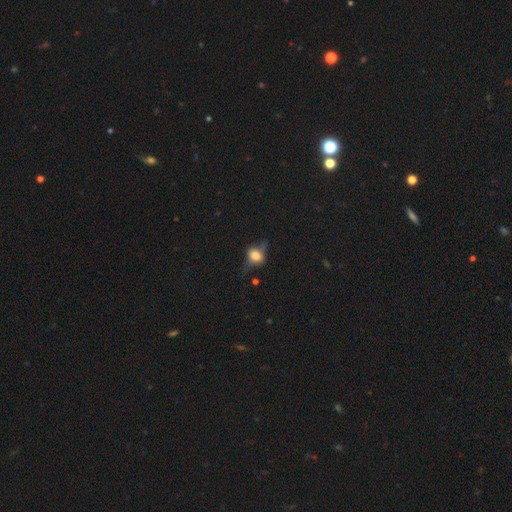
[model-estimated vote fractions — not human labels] The model was most divided on "how rounded": round: 52%, in between: 45%, cigar-shaped: 3%. More confident: smooth or featured — smooth (56%); merging — none (54%).